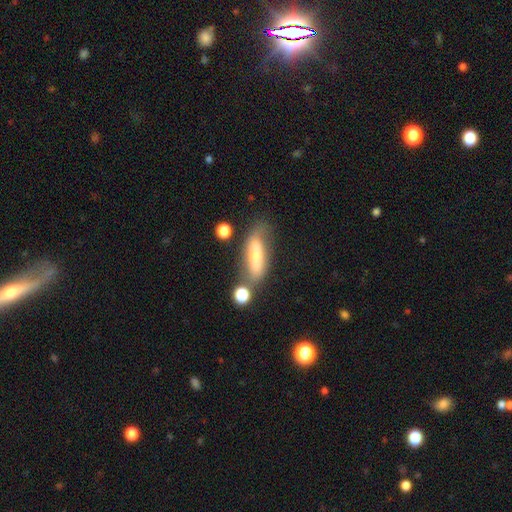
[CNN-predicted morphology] This is possibly a smooth galaxy (46%). Merging: likely none (61%).